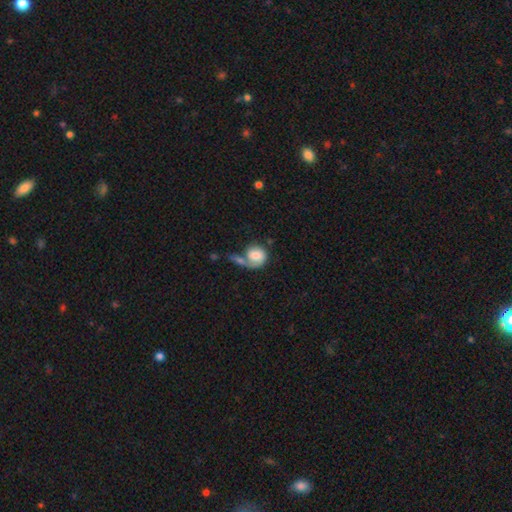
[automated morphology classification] Smooth or featured? smooth (63%)
How rounded? round (76%)
Merging? merger (38%)